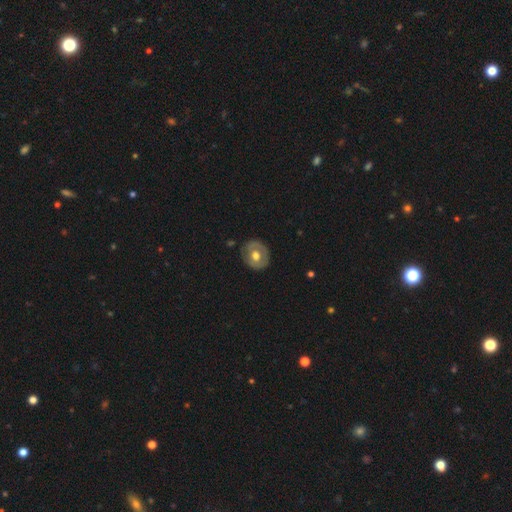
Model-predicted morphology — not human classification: Q: Smooth or featured?
A: featured or disk (49%); runner-up: smooth (46%)
Q: Merging?
A: none (81%); runner-up: minor disturbance (14%)